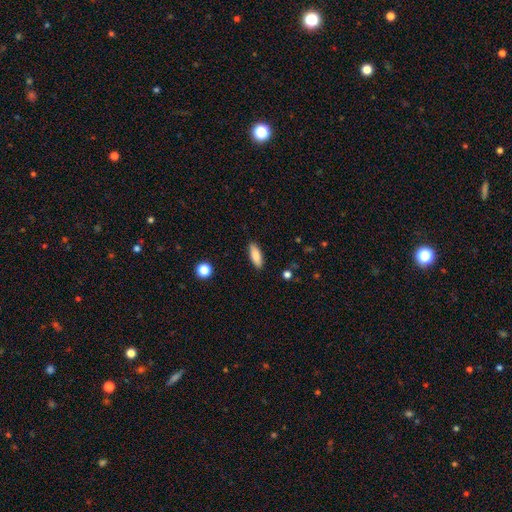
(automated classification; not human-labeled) Morphology: type=smooth (82%); roundness=in between (63%); merging=none (89%).